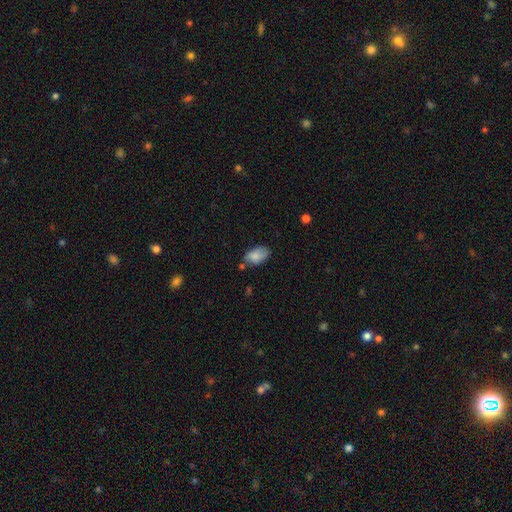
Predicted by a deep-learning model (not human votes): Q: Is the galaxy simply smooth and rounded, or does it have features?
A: smooth — 83%.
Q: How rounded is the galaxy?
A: in between — 92%.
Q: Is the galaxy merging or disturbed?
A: none — 60%.